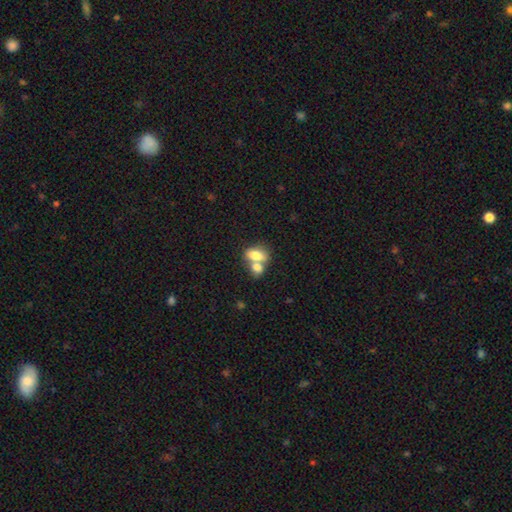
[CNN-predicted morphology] Smooth or featured: smooth — 75% (featured or disk — 17%)
How rounded: in between — 81% (round — 15%)
Merging: merger — 62% (none — 27%)